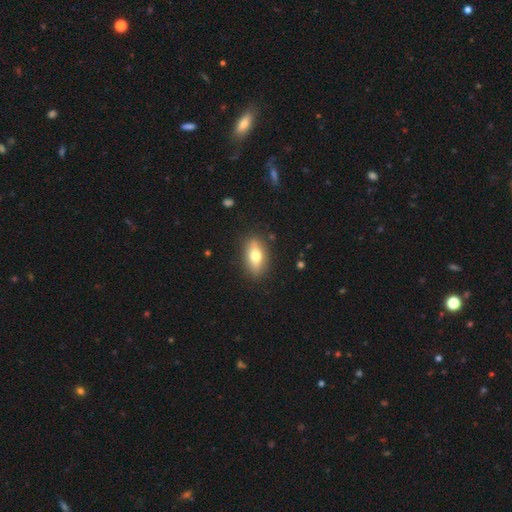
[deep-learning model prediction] This appears to be a smooth galaxy with no disk features (67%) that is in between round and cigar-shaped (80%). Merging: none (86%).